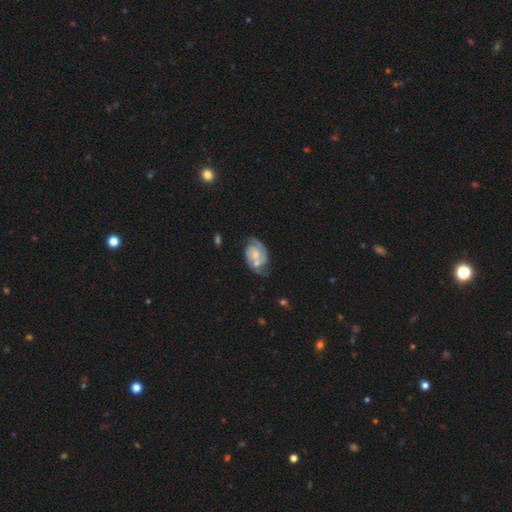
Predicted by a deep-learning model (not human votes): A featured or disk galaxy (75%) with no bar (64%), 2 (69%) tight (45%) spiral arms (92%) and a small central bulge (45%). Merging: none (50%).